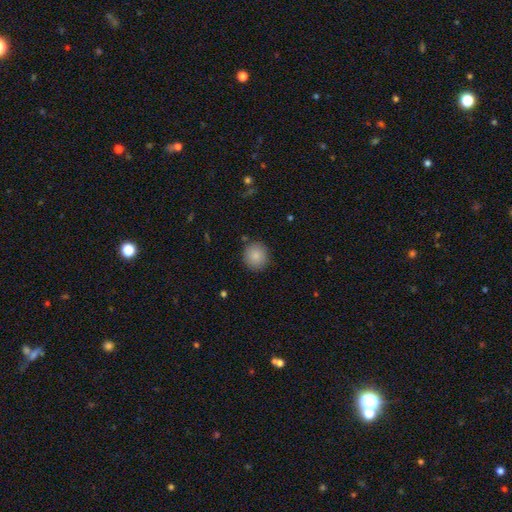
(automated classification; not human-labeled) Morphology: type=smooth (86%); roundness=round (89%); merging=none (88%).